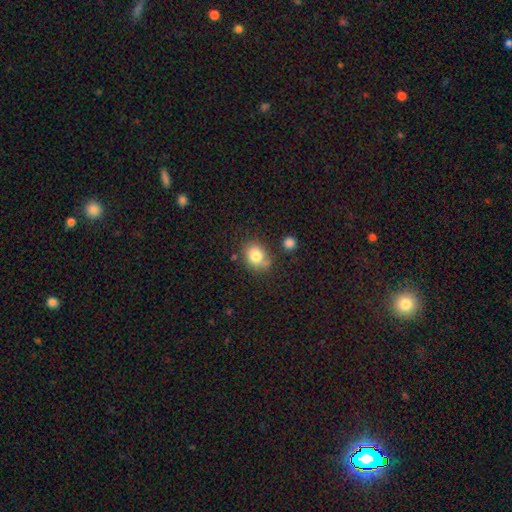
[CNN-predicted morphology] type=smooth (81%); roundness=round (52%); merging=none (70%).